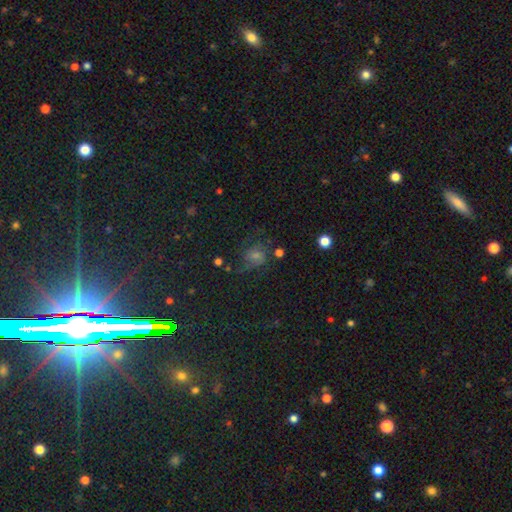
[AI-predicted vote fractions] The model was most divided on "smooth or featured": star or artifact: 39%, featured or disk: 32%, smooth: 29%.